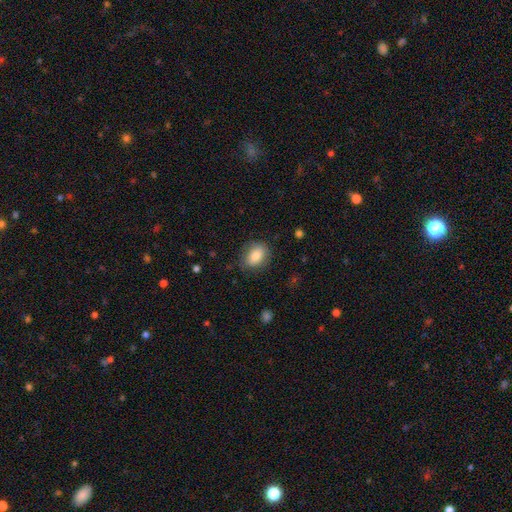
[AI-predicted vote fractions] smooth-or-featured: smooth: 80% | featured or disk: 12% | star or artifact: 8%
  how-rounded: in between: 69% | round: 30% | cigar-shaped: 1%
  merging: none: 78% | minor disturbance: 15% | major disturbance: 5% | merger: 1%